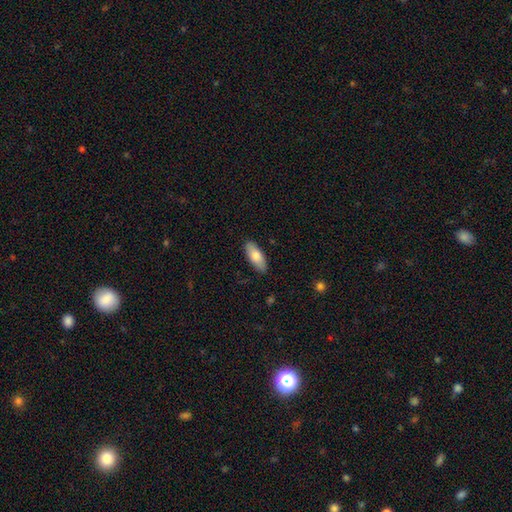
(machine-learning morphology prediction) Smooth or featured?
  - smooth: 77% *
  - featured or disk: 17%
  - star or artifact: 6%
How rounded?
  - in between: 78% *
  - cigar-shaped: 20%
  - round: 2%
Merging?
  - none: 88% *
  - minor disturbance: 9%
  - major disturbance: 2%
  - merger: 1%